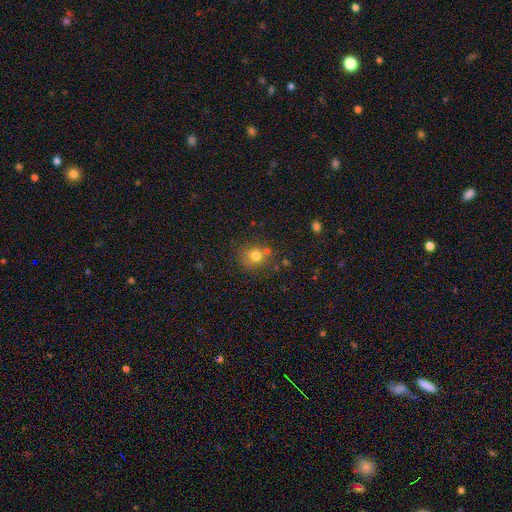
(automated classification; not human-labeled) Smooth or featured? smooth (74%)
How rounded? round (81%)
Merging? none (68%)